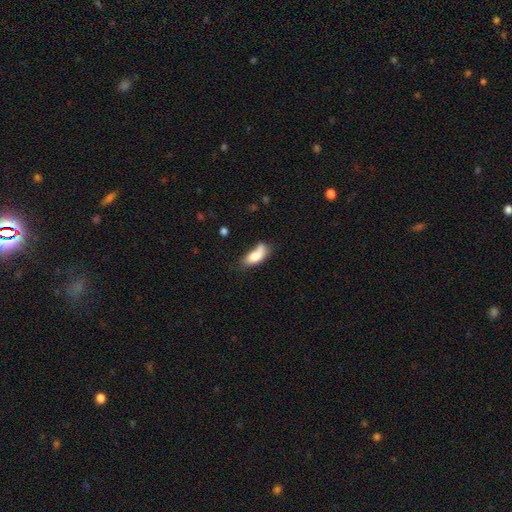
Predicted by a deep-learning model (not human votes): The model was most divided on "merging": none: 36%, minor disturbance: 30%, major disturbance: 17%, merger: 17%. More confident: how rounded — in between (81%); smooth or featured — smooth (76%).